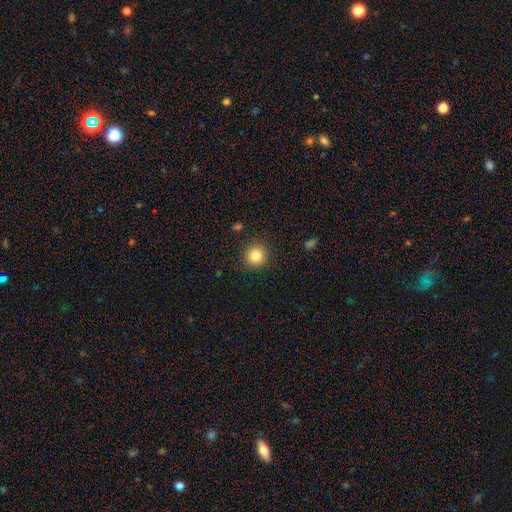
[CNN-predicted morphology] smooth-or-featured: smooth: 82% | star or artifact: 11% | featured or disk: 7%
  how-rounded: round: 93% | in between: 6% | cigar-shaped: 1%
  merging: none: 90% | minor disturbance: 6% | major disturbance: 2% | merger: 1%